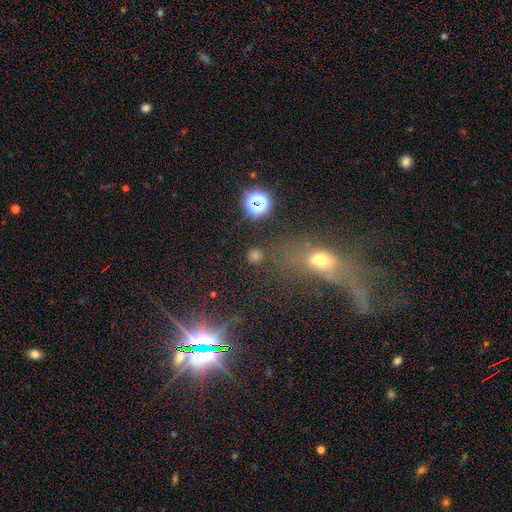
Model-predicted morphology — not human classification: smooth 51%, star or artifact 39%, featured or disk 9%. Down the decision tree: how rounded — round (75%); merging — none (72%).